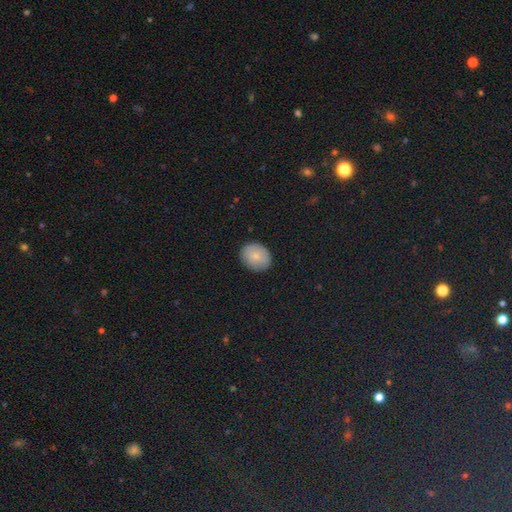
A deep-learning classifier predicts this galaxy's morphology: A smooth galaxy with no disk features (79%) that is round (61%).

Vote fractions:
- Smooth or featured? smooth: 79% / featured or disk: 12% / star or artifact: 8%
- How rounded? round: 61% / in between: 38% / cigar-shaped: 1%
- Merging? none: 87% / minor disturbance: 10% / major disturbance: 2% / merger: 1%